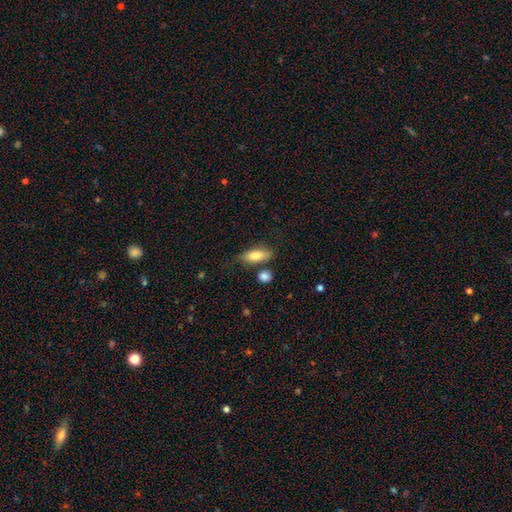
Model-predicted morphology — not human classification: The model was most divided on "how rounded": in between: 71%, cigar-shaped: 26%, round: 4%. More confident: smooth or featured — smooth (77%); merging — none (66%).